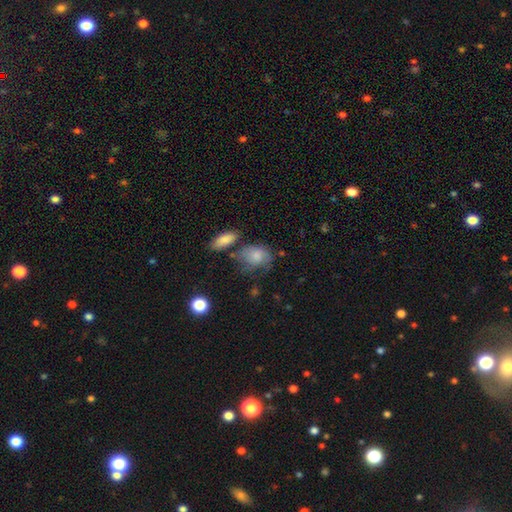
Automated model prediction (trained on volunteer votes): smooth-or-featured: smooth: 75% | featured or disk: 17% | star or artifact: 8%
  how-rounded: in between: 66% | round: 32% | cigar-shaped: 2%
  merging: none: 42% | minor disturbance: 30% | major disturbance: 17% | merger: 11%